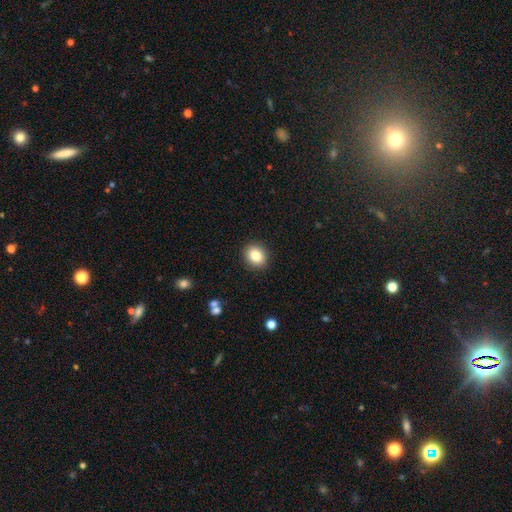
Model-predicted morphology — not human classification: The model was most divided on "how rounded": round: 66%, in between: 33%, cigar-shaped: 1%. More confident: merging — none (90%); smooth or featured — smooth (84%).